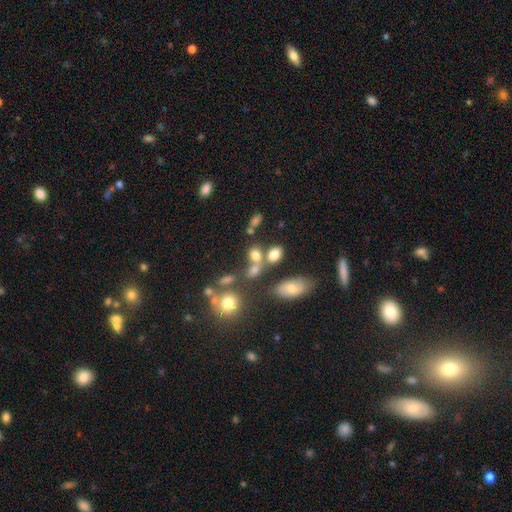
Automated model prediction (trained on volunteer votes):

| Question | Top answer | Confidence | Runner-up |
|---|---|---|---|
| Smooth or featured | smooth | 72% | star or artifact (15%) |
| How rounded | in between | 60% | round (37%) |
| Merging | none | 42% | merger (39%) |